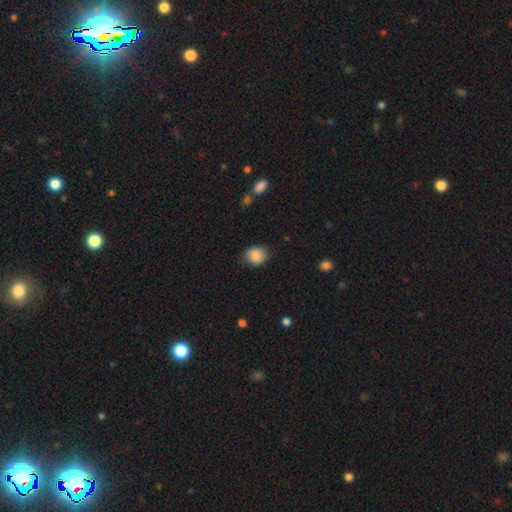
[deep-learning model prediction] Q: Smooth or featured?
A: smooth (85%); runner-up: star or artifact (8%)
Q: How rounded?
A: round (55%); runner-up: in between (44%)
Q: Merging?
A: none (70%); runner-up: minor disturbance (24%)